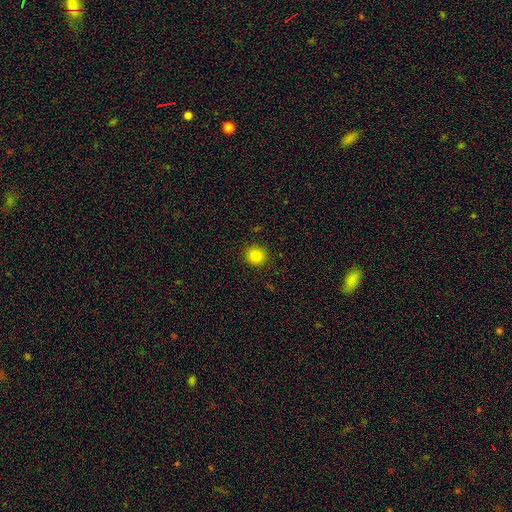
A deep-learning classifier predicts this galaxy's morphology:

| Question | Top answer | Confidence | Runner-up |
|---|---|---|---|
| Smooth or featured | smooth | 83% | star or artifact (12%) |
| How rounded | round | 93% | in between (6%) |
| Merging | none | 91% | minor disturbance (6%) |